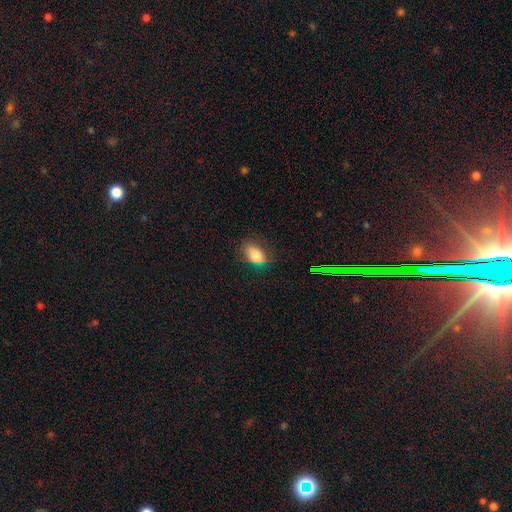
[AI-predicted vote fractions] This is likely a smooth galaxy (77%). How rounded: clearly in between (81%). Merging: likely none (64%).